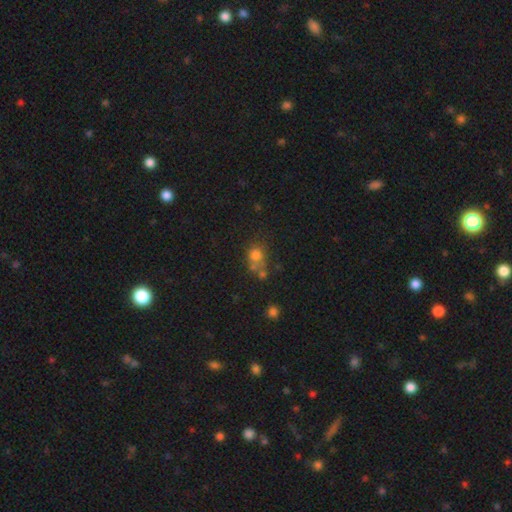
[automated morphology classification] The model was most divided on "merging": none: 44%, merger: 32%, minor disturbance: 15%, major disturbance: 9%. More confident: how rounded — round (73%); smooth or featured — smooth (72%).